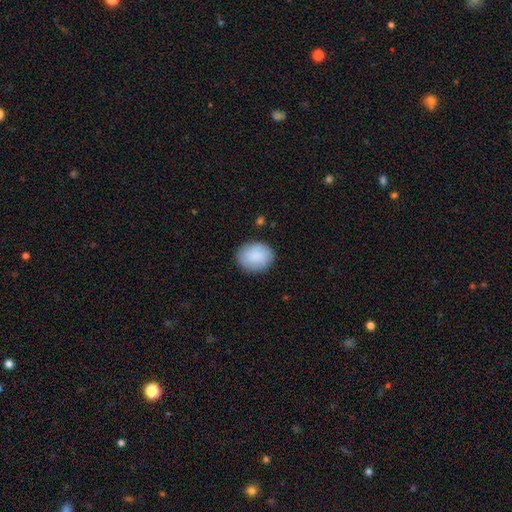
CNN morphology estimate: A smooth galaxy with no disk features (88%) that is round (50%). Merging: none (85%).